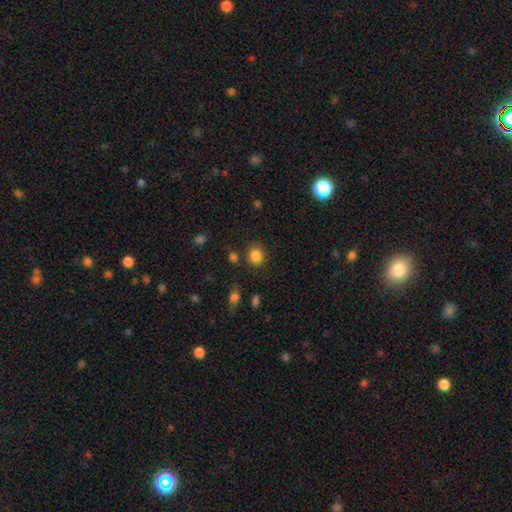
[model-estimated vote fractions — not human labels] A smooth galaxy with no disk features (85%) that is round (77%).

Vote fractions:
- Smooth or featured? smooth: 85% / star or artifact: 11% / featured or disk: 5%
- How rounded? round: 77% / in between: 22% / cigar-shaped: 1%
- Merging? none: 81% / minor disturbance: 11% / merger: 5% / major disturbance: 4%